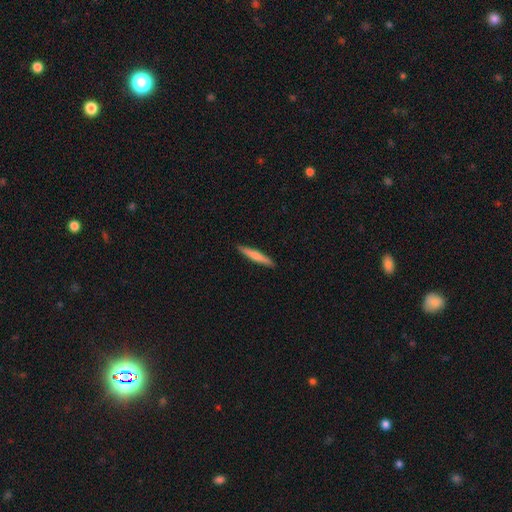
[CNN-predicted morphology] A smooth galaxy with no disk features (66%) that is cigar-shaped (94%).

Vote fractions:
- Smooth or featured? smooth: 66% / featured or disk: 28% / star or artifact: 5%
- How rounded? cigar-shaped: 94% / in between: 5% / round: 1%
- Merging? none: 92% / minor disturbance: 6% / major disturbance: 1% / merger: 1%